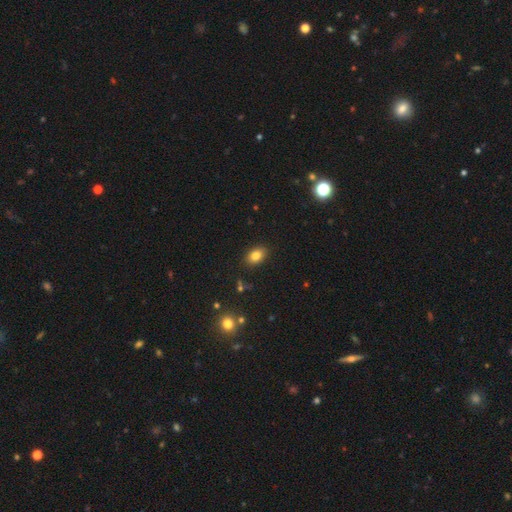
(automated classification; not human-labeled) This is clearly a smooth galaxy (83%). How rounded: clearly in between (83%). Merging: clearly none (88%).